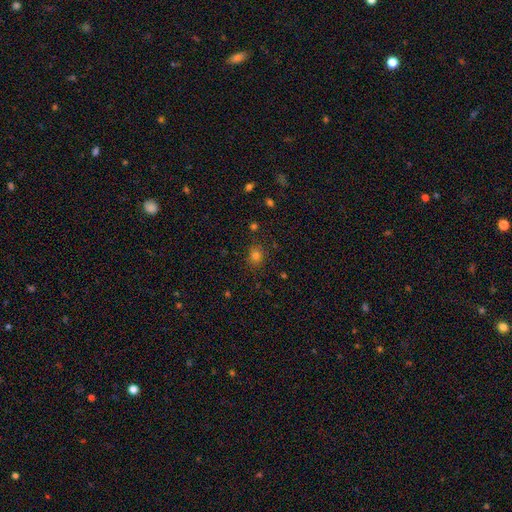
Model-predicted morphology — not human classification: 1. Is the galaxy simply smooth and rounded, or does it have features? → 78% smooth, 16% star or artifact, 6% featured or disk.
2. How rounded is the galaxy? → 63% round, 36% in between, 1% cigar-shaped.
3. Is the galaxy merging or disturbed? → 84% none, 11% minor disturbance, 3% major disturbance, 2% merger.